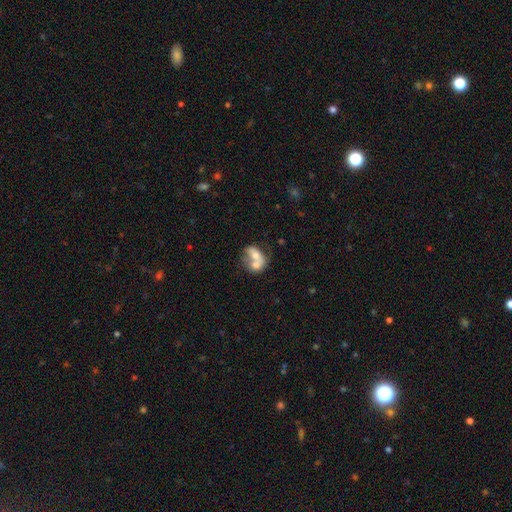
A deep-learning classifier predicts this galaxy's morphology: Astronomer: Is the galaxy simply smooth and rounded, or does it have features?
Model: smooth — 56% (runner-up: featured or disk, 36%).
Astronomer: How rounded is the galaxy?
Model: in between — 65%.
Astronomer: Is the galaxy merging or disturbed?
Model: merger — 75%.